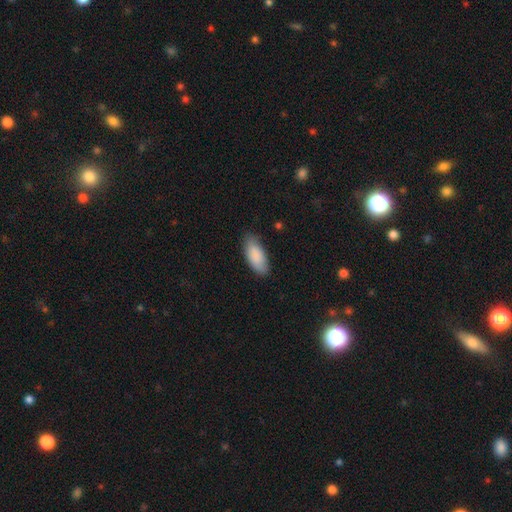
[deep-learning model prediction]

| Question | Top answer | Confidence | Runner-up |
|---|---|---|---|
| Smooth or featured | smooth | 88% | featured or disk (6%) |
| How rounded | in between | 87% | cigar-shaped (11%) |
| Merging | none | 79% | minor disturbance (17%) |